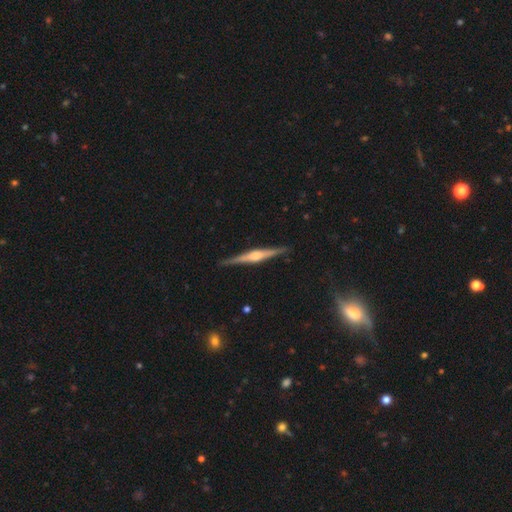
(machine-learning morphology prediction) Overall: featured or disk (80%). Edge-on disk: yes (98%). Edge-on bulge: rounded (75%). Merging: none (91%).